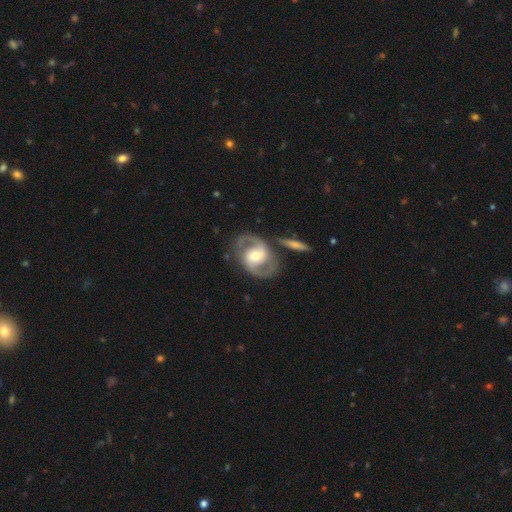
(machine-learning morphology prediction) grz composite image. It shows a featured or disk galaxy (82%) with a weak bar (37%), 2 (90%) medium (56%) spiral arms (89%) and a moderate central bulge (63%). Merging: none (75%).